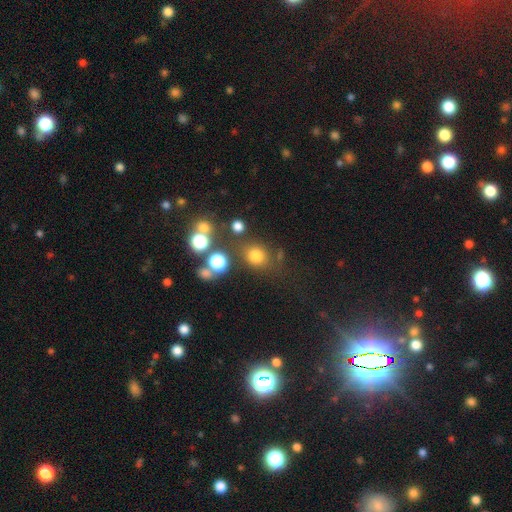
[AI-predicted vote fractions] The model was most divided on "how rounded": round: 74%, in between: 24%, cigar-shaped: 1%. More confident: smooth or featured — smooth (75%); merging — none (73%).